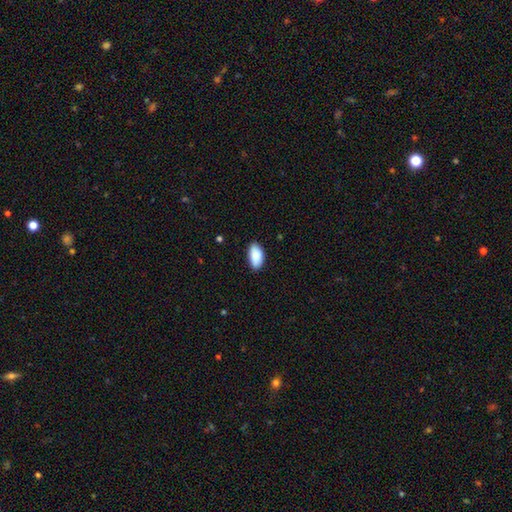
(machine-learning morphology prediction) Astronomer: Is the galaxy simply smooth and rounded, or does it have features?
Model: smooth — 88%.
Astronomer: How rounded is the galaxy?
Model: in between — 95%.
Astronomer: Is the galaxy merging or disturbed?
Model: none — 84%.